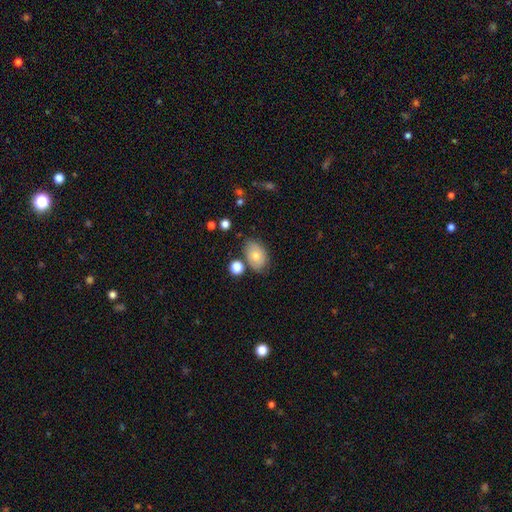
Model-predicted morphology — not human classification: A smooth galaxy with no disk features (70%) that is in between round and cigar-shaped (81%).

Vote fractions:
- Smooth or featured? smooth: 70% / featured or disk: 20% / star or artifact: 10%
- How rounded? in between: 81% / round: 17% / cigar-shaped: 1%
- Merging? none: 72% / minor disturbance: 17% / merger: 7% / major disturbance: 4%